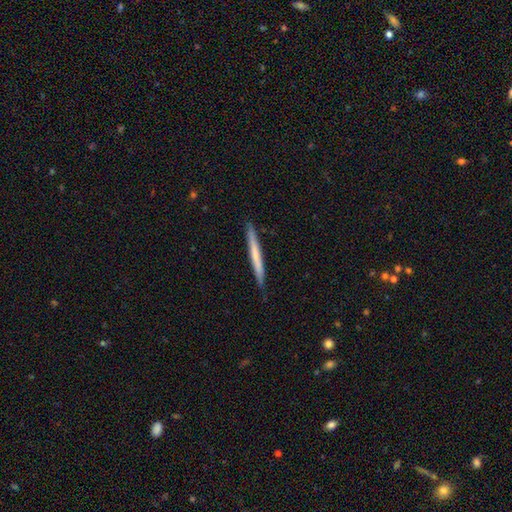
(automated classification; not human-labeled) Overall: smooth (56%; featured or disk 39%). How rounded: cigar-shaped (97%). Merging: none (90%).